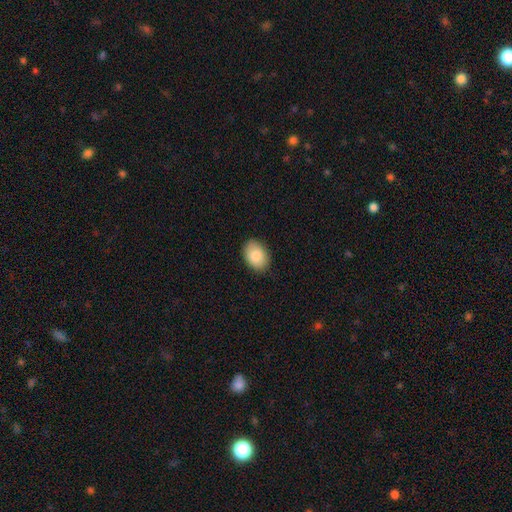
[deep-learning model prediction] The model was most divided on "how rounded": in between: 80%, round: 19%, cigar-shaped: 1%. More confident: merging — none (86%); smooth or featured — smooth (86%).